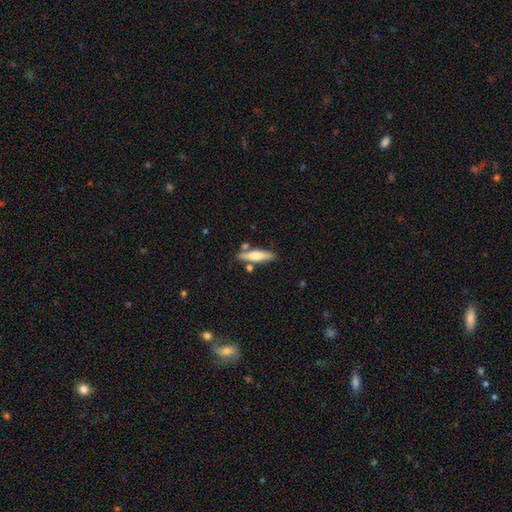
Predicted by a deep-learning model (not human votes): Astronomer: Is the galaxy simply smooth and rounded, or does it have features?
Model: smooth — 60%.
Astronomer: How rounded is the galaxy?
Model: cigar-shaped — 75%.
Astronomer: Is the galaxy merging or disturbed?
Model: none — 75%.